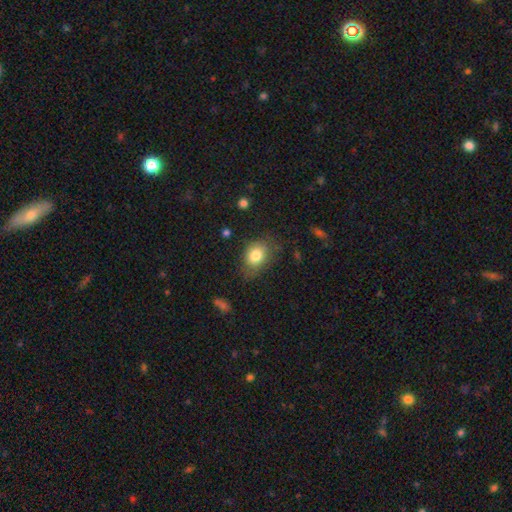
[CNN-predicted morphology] The model was most divided on "how rounded": in between: 67%, round: 32%, cigar-shaped: 1%. More confident: smooth or featured — smooth (81%); merging — none (65%).